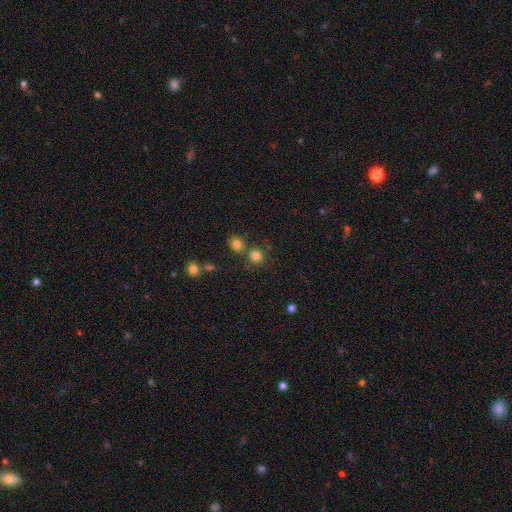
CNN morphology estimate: This appears to be a smooth galaxy with no disk features (80%) that is round (89%). Merging: none (67%).